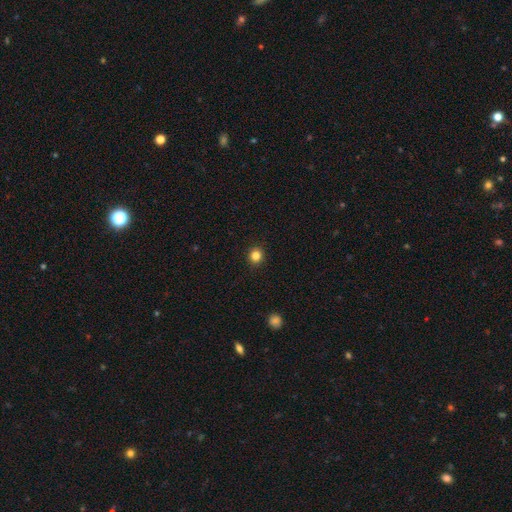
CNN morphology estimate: This appears to be a smooth galaxy with no disk features (83%) that is round (91%). Merging: none (92%).